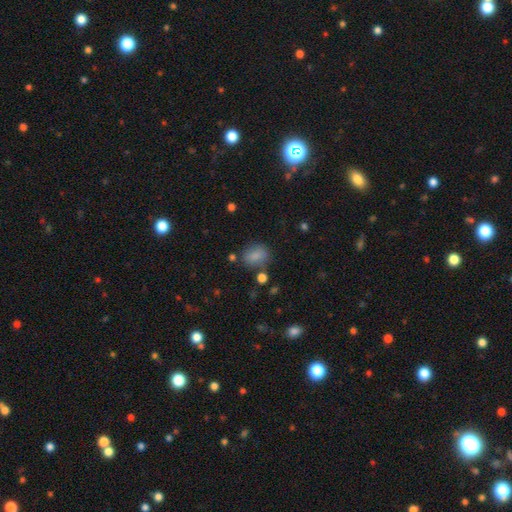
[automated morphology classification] Smooth or featured?
  - smooth: 82% *
  - star or artifact: 10%
  - featured or disk: 7%
How rounded?
  - in between: 63% *
  - round: 35%
  - cigar-shaped: 2%
Merging?
  - none: 70% *
  - minor disturbance: 17%
  - merger: 7%
  - major disturbance: 6%